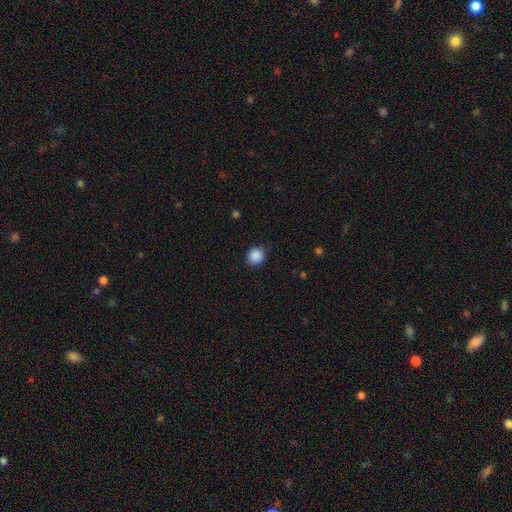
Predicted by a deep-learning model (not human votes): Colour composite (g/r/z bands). It shows a smooth galaxy with no disk features (88%) that is round (84%). Merging: none (87%).